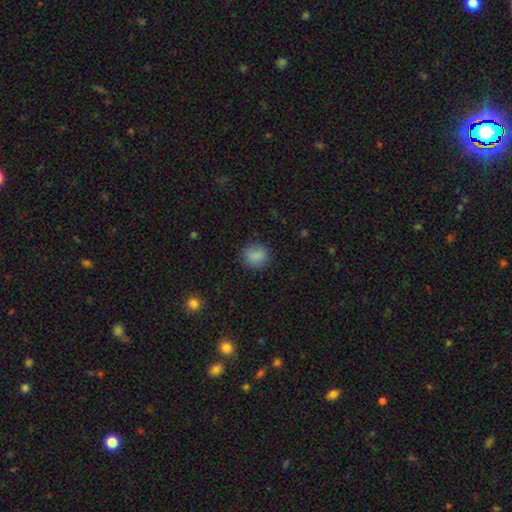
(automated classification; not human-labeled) Overall: smooth (86%). How rounded: round (84%). Merging: none (86%).